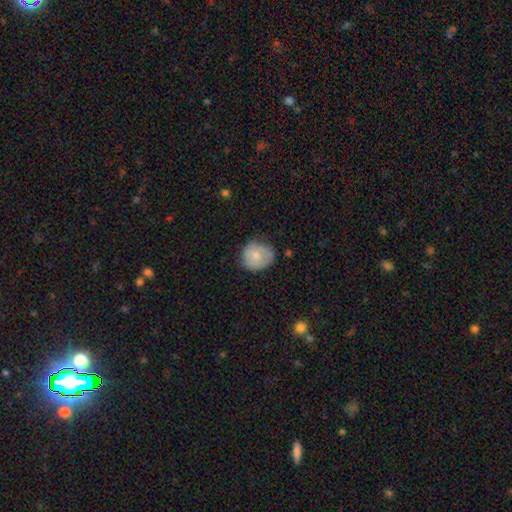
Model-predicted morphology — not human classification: smooth 70%, featured or disk 24%, star or artifact 7%. Down the decision tree: how rounded — round (76%); merging — none (63%).